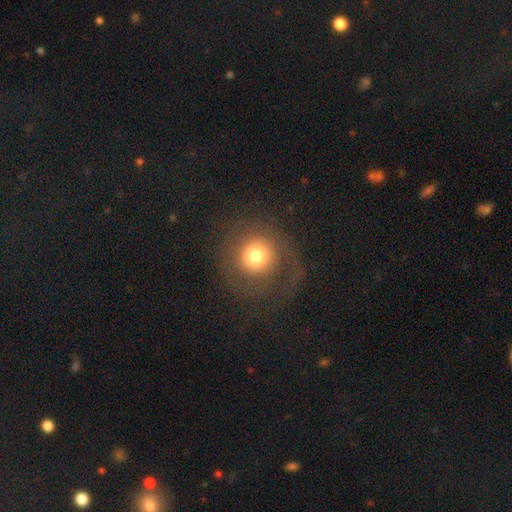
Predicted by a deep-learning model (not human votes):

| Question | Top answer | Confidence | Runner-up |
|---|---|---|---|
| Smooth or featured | smooth | 65% | featured or disk (23%) |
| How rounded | round | 94% | in between (5%) |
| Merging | none | 73% | major disturbance (15%) |